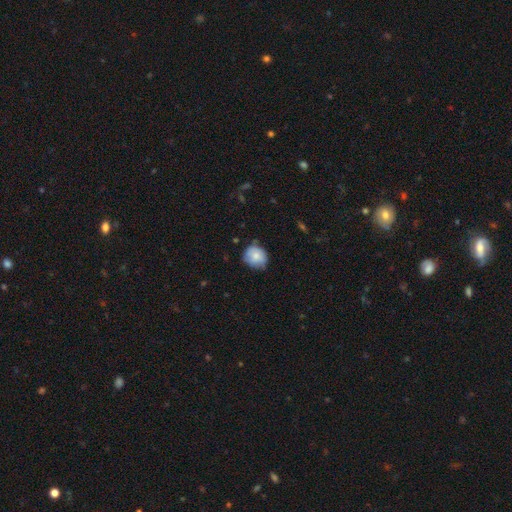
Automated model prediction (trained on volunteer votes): Q: Smooth or featured?
A: smooth (78%); runner-up: featured or disk (15%)
Q: How rounded?
A: round (75%); runner-up: in between (24%)
Q: Merging?
A: none (60%); runner-up: minor disturbance (33%)